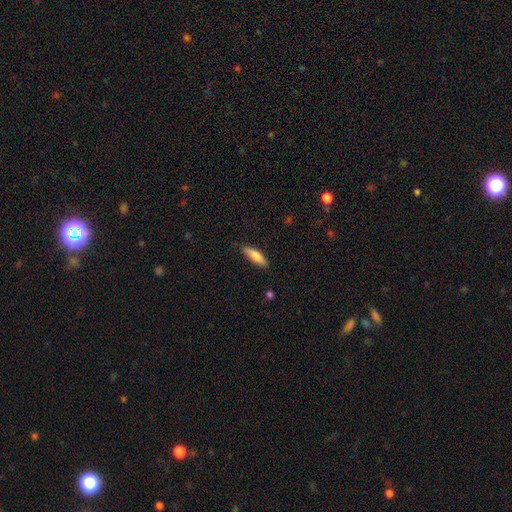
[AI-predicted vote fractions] The model was most divided on "how rounded": cigar-shaped: 51%, in between: 48%, round: 2%. More confident: merging — none (84%); smooth or featured — smooth (80%).